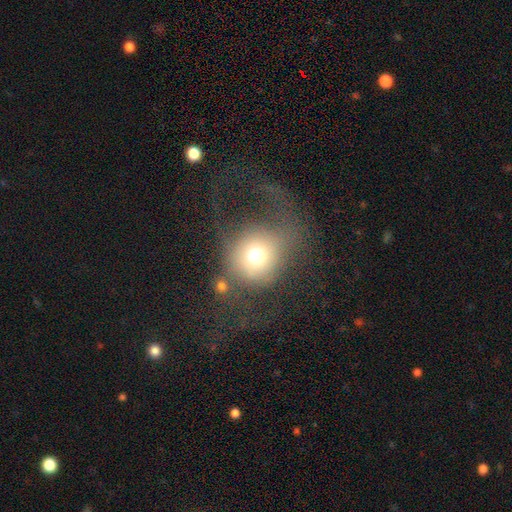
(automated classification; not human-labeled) smooth 65%, featured or disk 22%, star or artifact 12%. Down the decision tree: how rounded — round (83%); merging — major disturbance (43%).